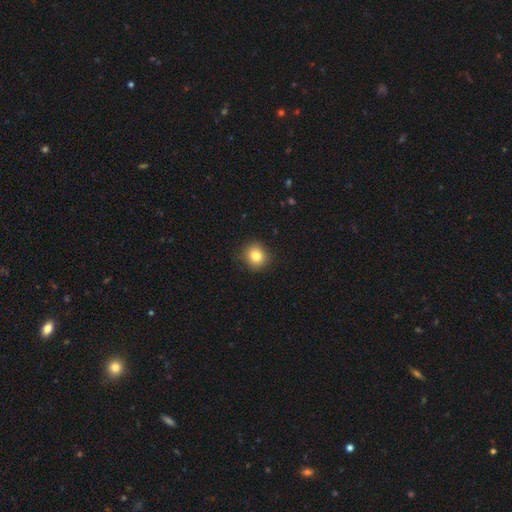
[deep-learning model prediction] This appears to be a smooth galaxy with no disk features (81%) that is round (87%). Merging: none (89%).